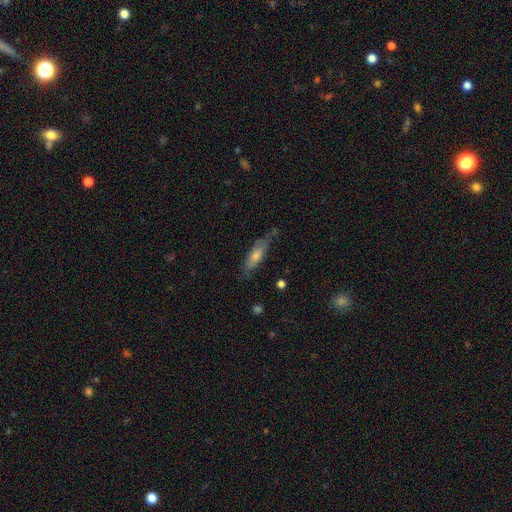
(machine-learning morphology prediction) smooth 54%, featured or disk 38%, star or artifact 8%. Down the decision tree: how rounded — cigar-shaped (60%); merging — none (68%).